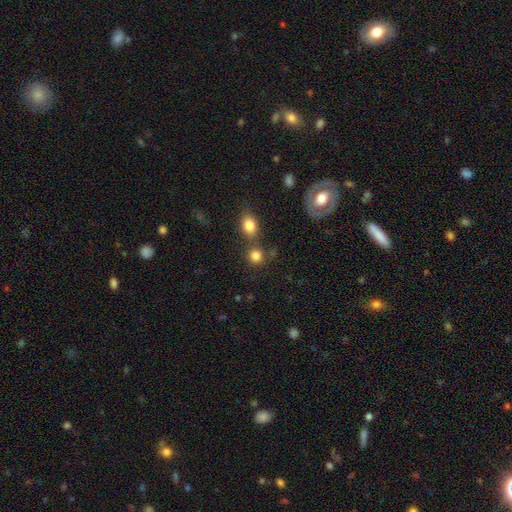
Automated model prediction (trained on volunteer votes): Smooth or featured? smooth (83%)
How rounded? round (83%)
Merging? none (62%)